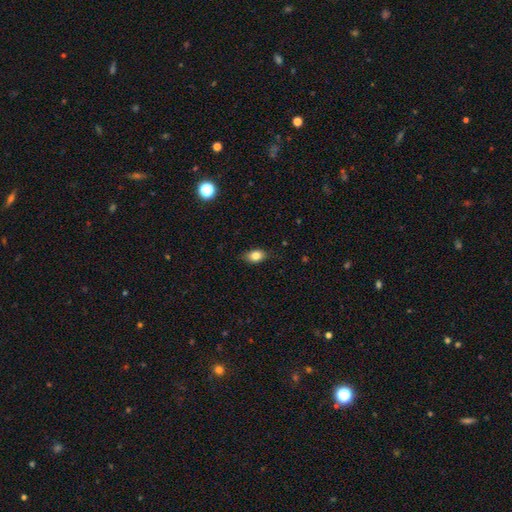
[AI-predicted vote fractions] A smooth galaxy with no disk features (82%) that is in between round and cigar-shaped (81%). Merging: none (82%).